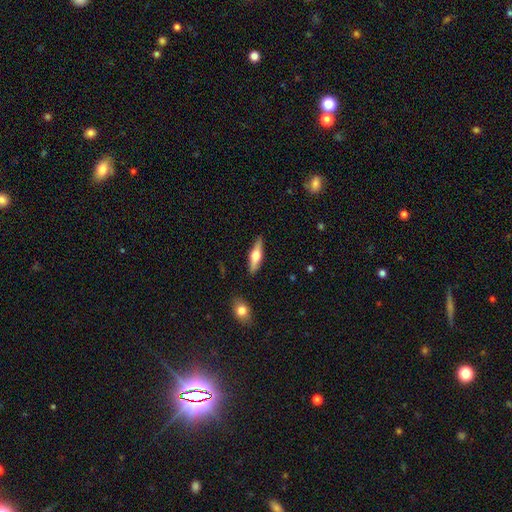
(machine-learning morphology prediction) A featured or disk galaxy (52%) viewed edge-on (93%). Merging: none (88%).